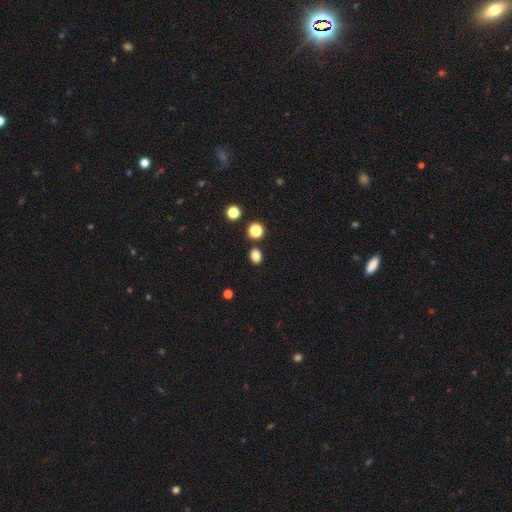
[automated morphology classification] This appears to be a smooth galaxy with no disk features (82%) that is in between round and cigar-shaped (59%). Merging: none (85%).